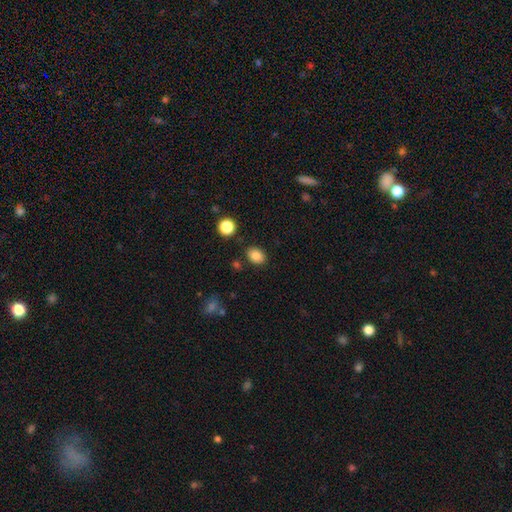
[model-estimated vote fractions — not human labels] Q: Smooth or featured?
A: smooth (84%); runner-up: star or artifact (10%)
Q: How rounded?
A: in between (69%); runner-up: round (30%)
Q: Merging?
A: none (83%); runner-up: minor disturbance (10%)